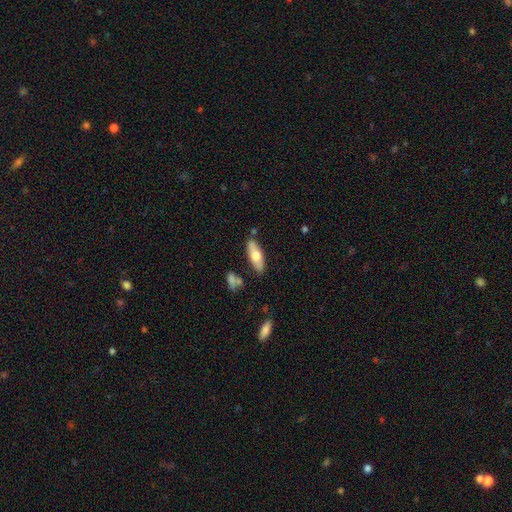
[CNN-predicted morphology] Smooth or featured? Predicted: smooth (p=0.63). How rounded? Predicted: in between (p=0.71). Merging? Predicted: none (p=0.79).